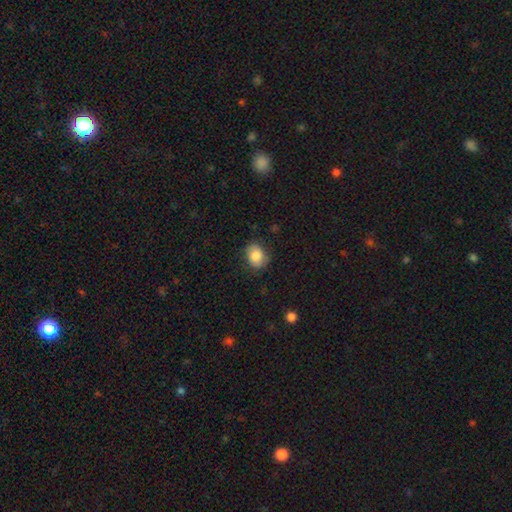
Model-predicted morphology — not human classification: Smooth or featured?
  - smooth: 83% *
  - featured or disk: 9%
  - star or artifact: 8%
How rounded?
  - in between: 54% *
  - round: 45%
  - cigar-shaped: 1%
Merging?
  - none: 75% *
  - minor disturbance: 19%
  - major disturbance: 5%
  - merger: 1%